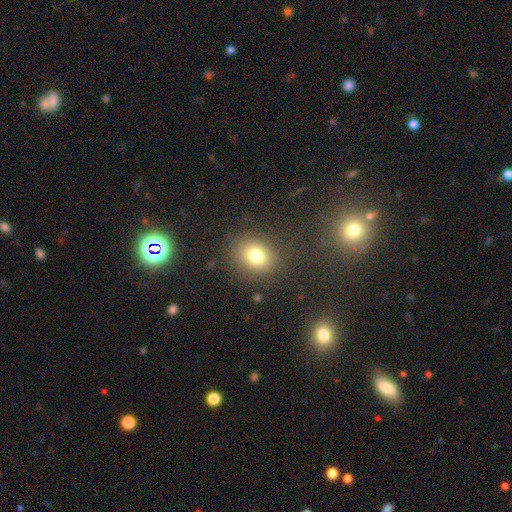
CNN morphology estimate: A smooth galaxy with no disk features (76%) that is round (66%).

Vote fractions:
- Smooth or featured? smooth: 76% / star or artifact: 15% / featured or disk: 9%
- How rounded? round: 66% / in between: 33% / cigar-shaped: 1%
- Merging? none: 84% / minor disturbance: 9% / major disturbance: 5% / merger: 2%